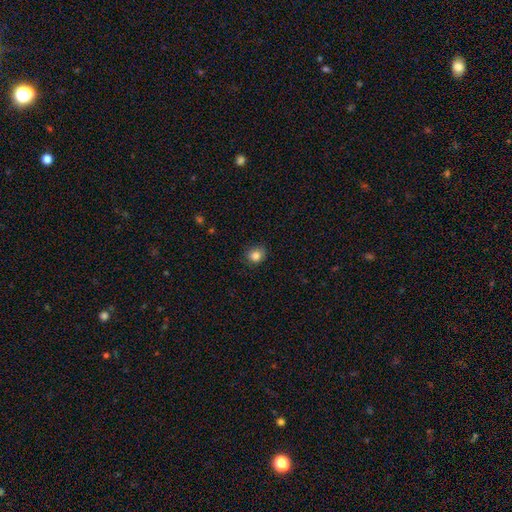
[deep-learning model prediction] Morphology: type=smooth (84%); roundness=round (81%); merging=none (82%).